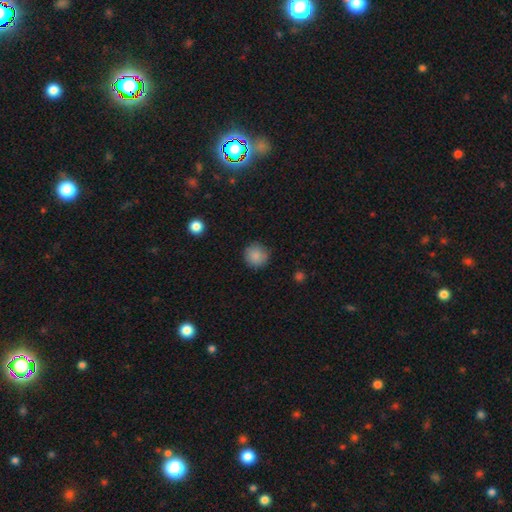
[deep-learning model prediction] smooth-or-featured: smooth: 87% | star or artifact: 9% | featured or disk: 4%
  how-rounded: round: 93% | in between: 6% | cigar-shaped: 1%
  merging: none: 88% | minor disturbance: 8% | major disturbance: 2% | merger: 1%